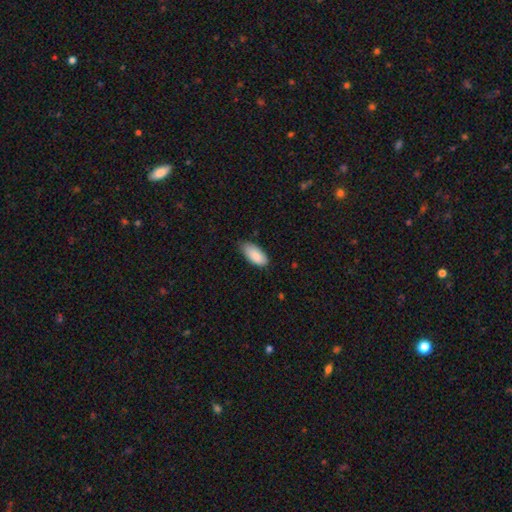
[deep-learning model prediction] Morphology: type=smooth (88%); roundness=in between (91%); merging=none (70%).